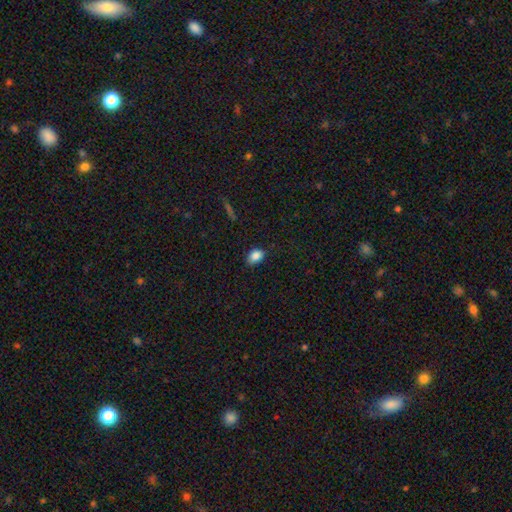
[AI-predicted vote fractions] The model was most divided on "how rounded": in between: 74%, round: 24%, cigar-shaped: 1%. More confident: smooth or featured — smooth (86%); merging — none (75%).